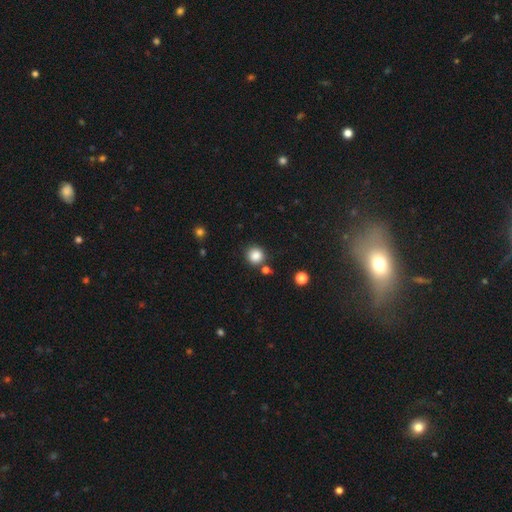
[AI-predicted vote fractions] smooth 85%, star or artifact 11%, featured or disk 4%. Down the decision tree: how rounded — round (91%); merging — none (82%).